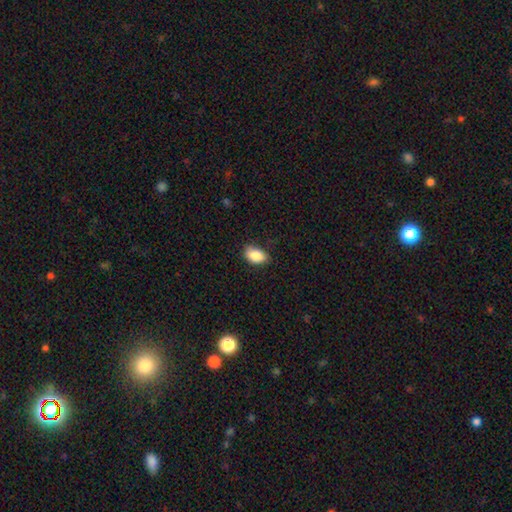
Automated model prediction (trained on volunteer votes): Smooth or featured?
  - smooth: 87% *
  - star or artifact: 8%
  - featured or disk: 6%
How rounded?
  - in between: 89% *
  - round: 9%
  - cigar-shaped: 2%
Merging?
  - none: 76% *
  - minor disturbance: 19%
  - major disturbance: 4%
  - merger: 1%